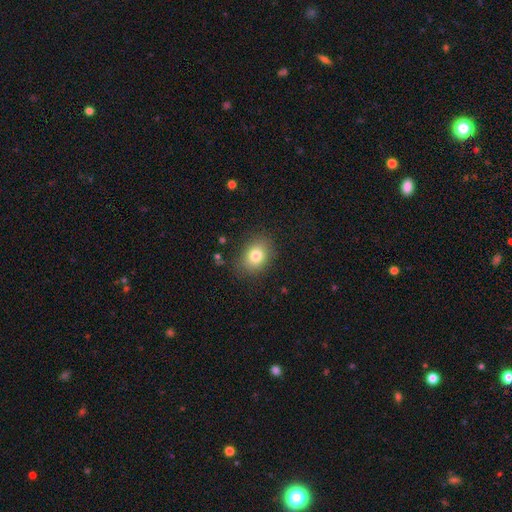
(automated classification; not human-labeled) smooth_or_featured: smooth (p=0.80) [alt: star or artifact p=0.10]
how_rounded: in between (p=0.56) [alt: round p=0.43]
merging: none (p=0.83) [alt: minor disturbance p=0.12]